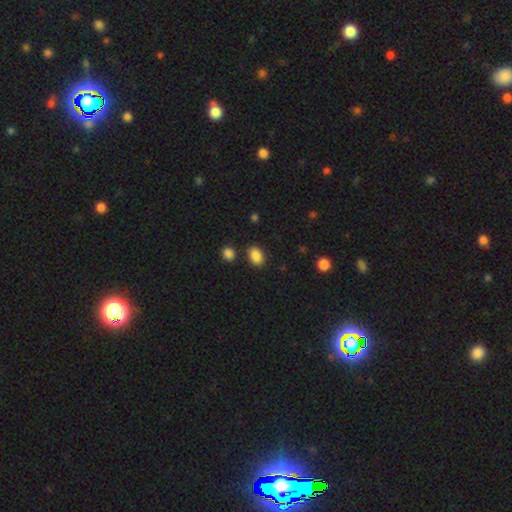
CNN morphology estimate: Smooth or featured?
  - smooth: 88% *
  - star or artifact: 9%
  - featured or disk: 3%
How rounded?
  - in between: 79% *
  - round: 19%
  - cigar-shaped: 1%
Merging?
  - none: 82% *
  - minor disturbance: 10%
  - merger: 4%
  - major disturbance: 3%